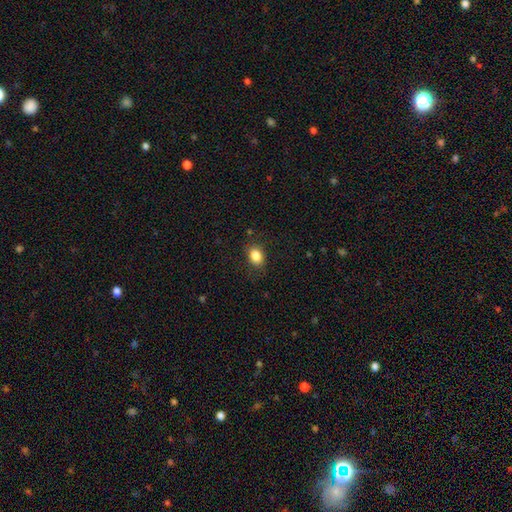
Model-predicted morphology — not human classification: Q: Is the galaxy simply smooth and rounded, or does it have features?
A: smooth — 85%.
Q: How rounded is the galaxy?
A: in between — 68%.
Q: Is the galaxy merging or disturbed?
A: none — 83%.